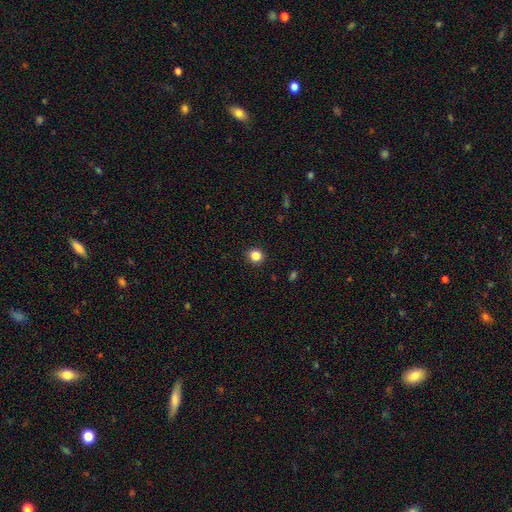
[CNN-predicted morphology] A smooth galaxy with no disk features (85%) that is round (91%). Merging: none (92%).